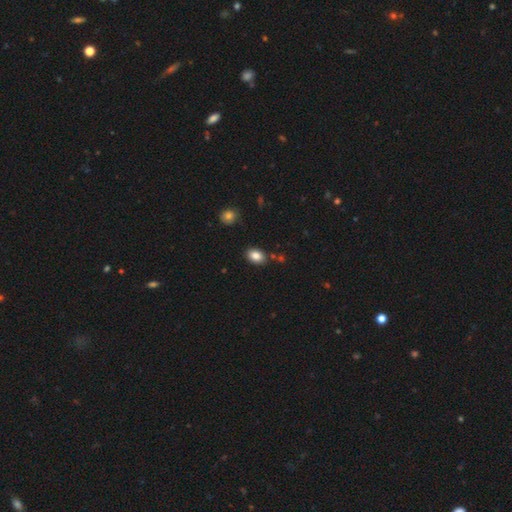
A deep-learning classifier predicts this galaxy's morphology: type=smooth (85%); roundness=in between (76%); merging=none (83%).